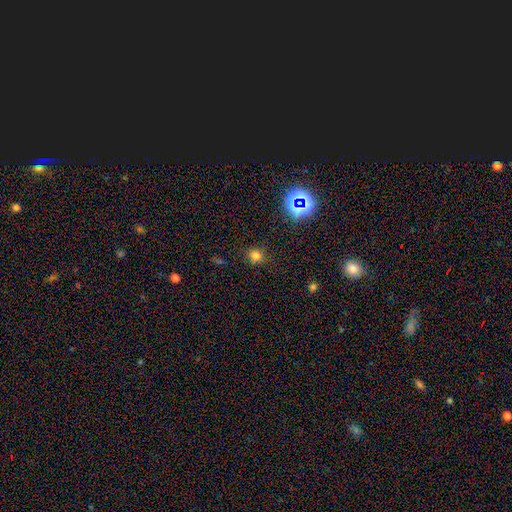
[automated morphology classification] This appears to be a smooth galaxy with no disk features (73%) that is round (85%). Merging: none (86%).